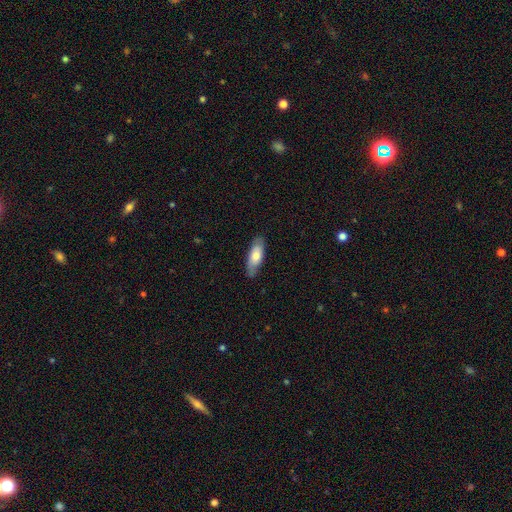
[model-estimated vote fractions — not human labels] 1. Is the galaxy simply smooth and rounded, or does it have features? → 66% smooth, 29% featured or disk, 6% star or artifact.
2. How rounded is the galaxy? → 69% in between, 29% cigar-shaped, 2% round.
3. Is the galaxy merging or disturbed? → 80% none, 16% minor disturbance, 3% major disturbance, 1% merger.